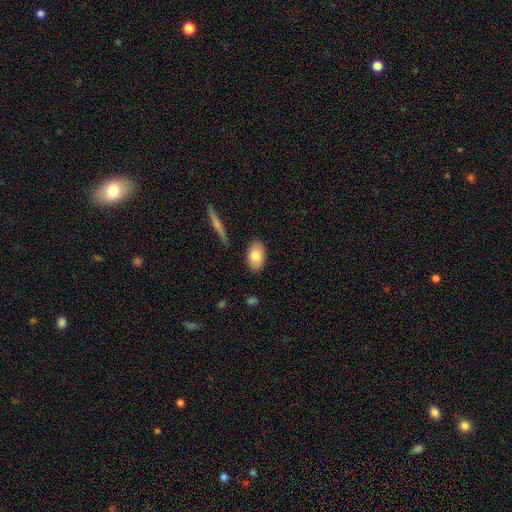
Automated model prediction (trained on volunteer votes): Q: Smooth or featured?
A: smooth (77%); runner-up: featured or disk (17%)
Q: How rounded?
A: in between (91%); runner-up: round (7%)
Q: Merging?
A: none (86%); runner-up: minor disturbance (10%)